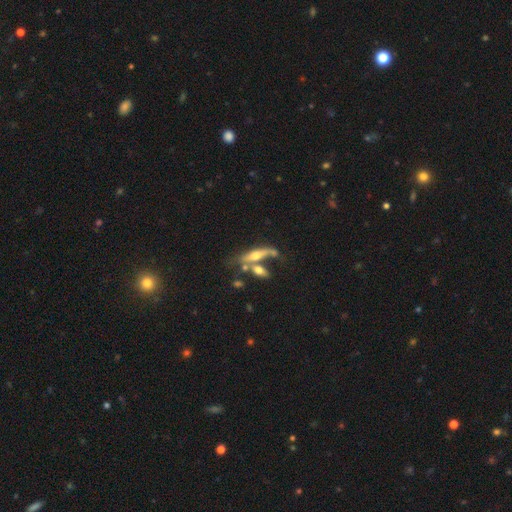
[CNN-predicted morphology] Q: Smooth or featured?
A: featured or disk (55%); runner-up: smooth (37%)
Q: Edge-on disk?
A: yes (78%); runner-up: no (22%)
Q: Merging?
A: none (39%); runner-up: merger (38%)